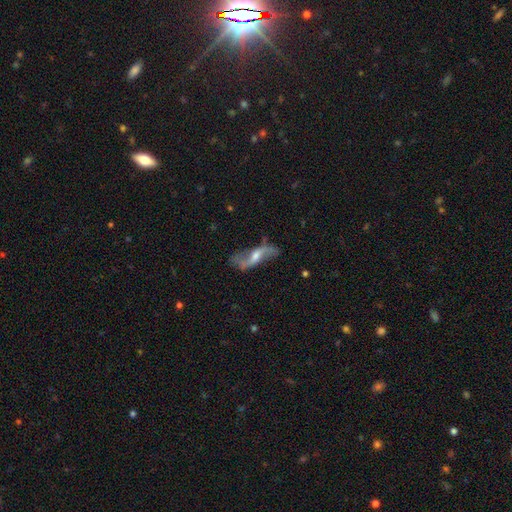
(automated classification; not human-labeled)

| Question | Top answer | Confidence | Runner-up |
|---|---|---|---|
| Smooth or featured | featured or disk | 82% | smooth (11%) |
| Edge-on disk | no | 83% | yes (17%) |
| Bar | weak | 41% | no (34%) |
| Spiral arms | yes | 92% | no (8%) |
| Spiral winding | loose | 83% | medium (13%) |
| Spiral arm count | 2 | 91% | can't tell (4%) |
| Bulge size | moderate | 55% | small (34%) |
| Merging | none | 71% | minor disturbance (17%) |